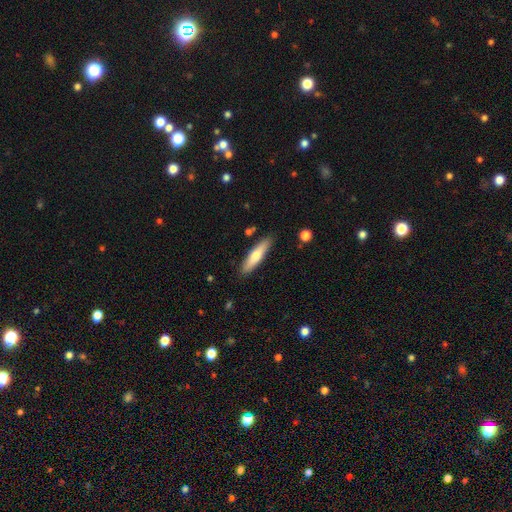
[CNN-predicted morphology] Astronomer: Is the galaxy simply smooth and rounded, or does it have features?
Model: smooth — 60% (runner-up: featured or disk, 35%).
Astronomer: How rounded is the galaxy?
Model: cigar-shaped — 76%.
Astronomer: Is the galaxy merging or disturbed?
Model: none — 87%.